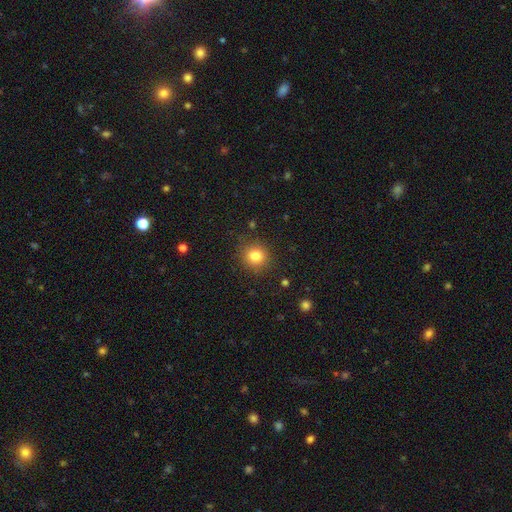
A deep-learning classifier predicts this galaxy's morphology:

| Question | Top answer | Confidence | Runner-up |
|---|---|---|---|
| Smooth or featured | smooth | 82% | star or artifact (12%) |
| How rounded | round | 89% | in between (10%) |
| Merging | none | 87% | minor disturbance (9%) |